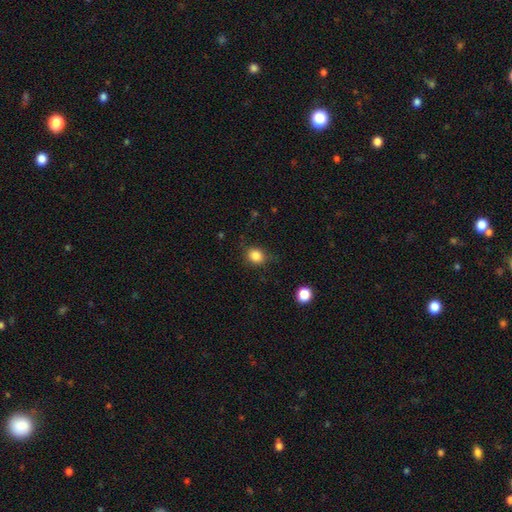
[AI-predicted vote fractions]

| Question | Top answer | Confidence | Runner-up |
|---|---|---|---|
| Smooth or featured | smooth | 84% | star or artifact (11%) |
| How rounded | round | 69% | in between (30%) |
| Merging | none | 75% | minor disturbance (18%) |